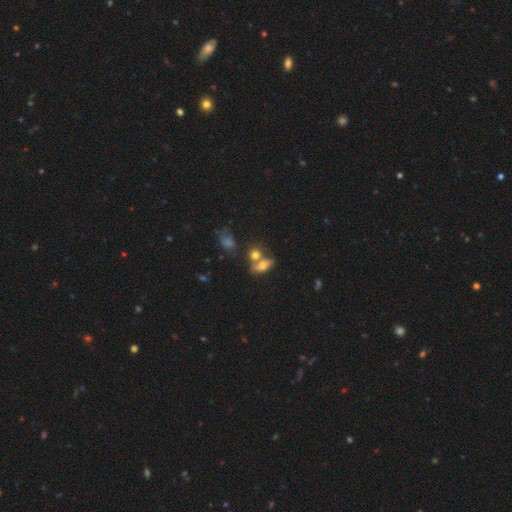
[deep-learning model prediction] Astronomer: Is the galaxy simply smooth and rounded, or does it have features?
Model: smooth — 66%.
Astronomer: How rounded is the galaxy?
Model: in between — 64%.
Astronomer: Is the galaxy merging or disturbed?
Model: none — 42% (runner-up: merger, 38%).